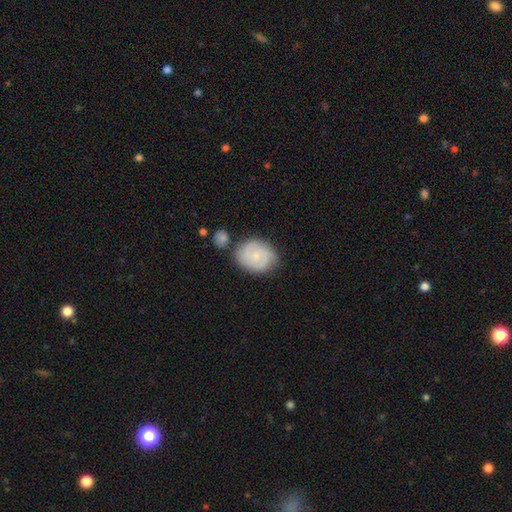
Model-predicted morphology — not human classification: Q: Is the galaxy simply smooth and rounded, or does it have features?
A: featured or disk — 53%.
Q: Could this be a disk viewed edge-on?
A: no — 97%.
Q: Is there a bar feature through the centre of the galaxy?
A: no — 68%.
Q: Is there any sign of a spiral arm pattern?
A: yes — 88%.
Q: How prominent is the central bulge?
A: small — 63%.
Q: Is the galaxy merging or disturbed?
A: none — 68%.